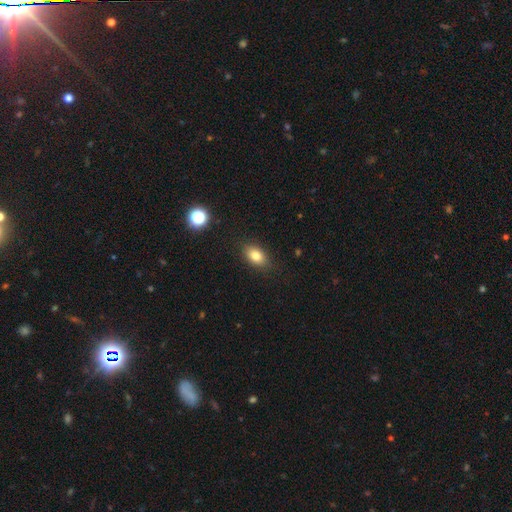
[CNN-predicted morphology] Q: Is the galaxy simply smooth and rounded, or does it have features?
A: smooth — 81%.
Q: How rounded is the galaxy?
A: in between — 83%.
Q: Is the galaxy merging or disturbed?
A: none — 85%.